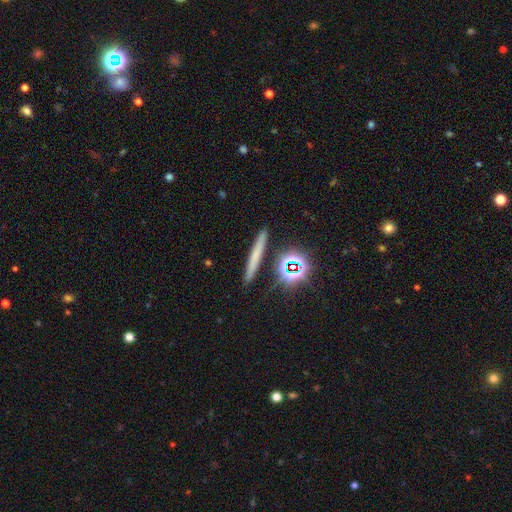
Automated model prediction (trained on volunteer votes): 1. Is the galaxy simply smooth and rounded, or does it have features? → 53% smooth, 24% featured or disk, 22% star or artifact.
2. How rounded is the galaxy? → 85% cigar-shaped, 9% round, 5% in between.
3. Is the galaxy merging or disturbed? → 88% none, 7% minor disturbance, 3% merger, 2% major disturbance.